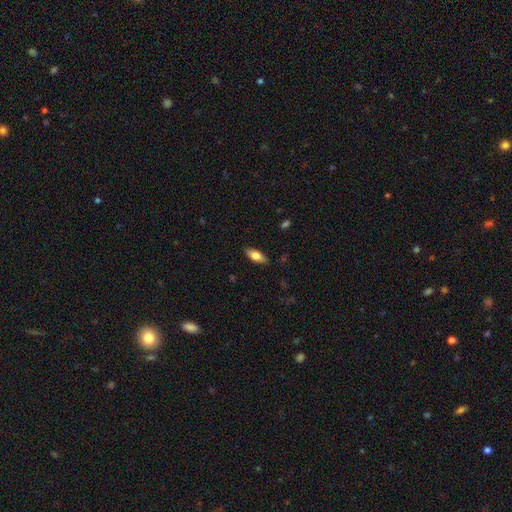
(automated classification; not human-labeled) Q: Smooth or featured?
A: smooth (71%); runner-up: featured or disk (22%)
Q: How rounded?
A: in between (77%); runner-up: cigar-shaped (20%)
Q: Merging?
A: none (88%); runner-up: minor disturbance (9%)